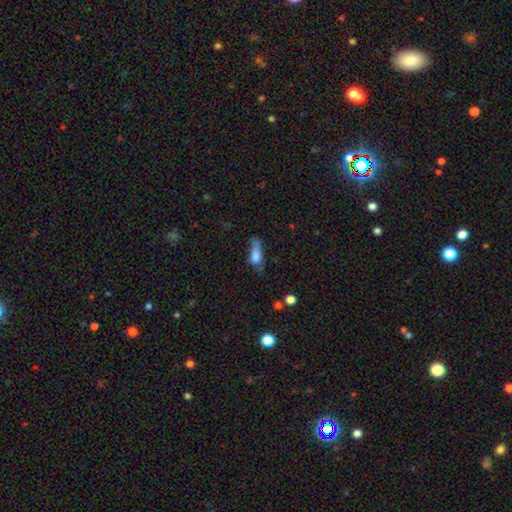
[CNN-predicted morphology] Q: Smooth or featured?
A: smooth (69%); runner-up: featured or disk (22%)
Q: How rounded?
A: in between (63%); runner-up: cigar-shaped (31%)
Q: Merging?
A: none (33%); tied with: minor disturbance (33%)